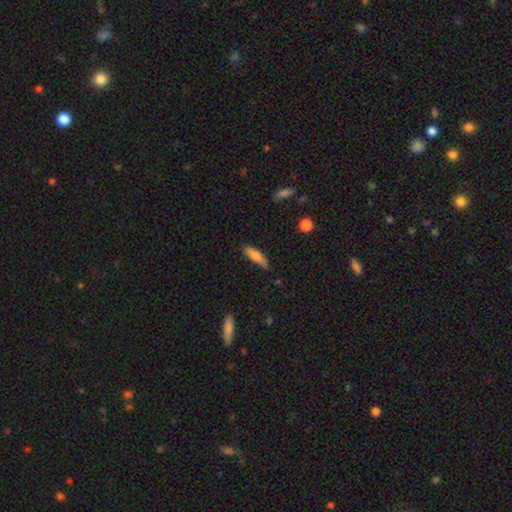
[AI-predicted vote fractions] Q: Smooth or featured?
A: smooth (73%); runner-up: featured or disk (20%)
Q: How rounded?
A: cigar-shaped (62%); runner-up: in between (36%)
Q: Merging?
A: none (78%); runner-up: minor disturbance (17%)